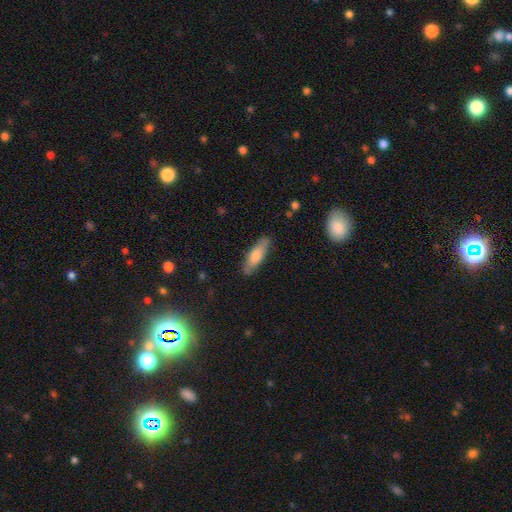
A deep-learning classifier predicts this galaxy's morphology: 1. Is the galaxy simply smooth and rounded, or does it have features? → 70% smooth, 24% featured or disk, 6% star or artifact.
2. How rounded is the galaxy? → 50% in between, 48% cigar-shaped, 2% round.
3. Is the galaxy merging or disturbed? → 86% none, 11% minor disturbance, 2% major disturbance, 1% merger.